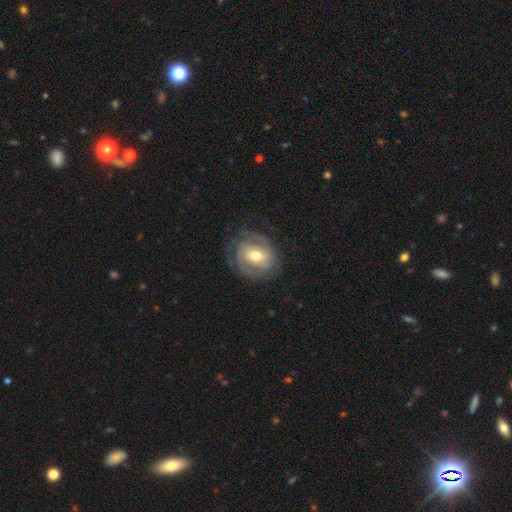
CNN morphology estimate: Smooth or featured? Predicted: featured or disk (p=0.73). Edge-on disk? Predicted: no (p=0.96). Bar? Predicted: weak (p=0.41). Spiral arms? Predicted: yes (p=0.85). Spiral winding? Predicted: tight (p=0.59). Spiral arm count? Predicted: 2 (p=0.52). Bulge size? Predicted: moderate (p=0.72). Merging? Predicted: none (p=0.71).